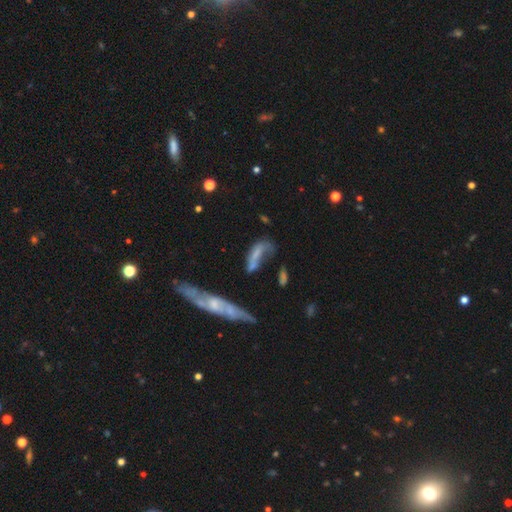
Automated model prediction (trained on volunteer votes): Overall: smooth (47%; featured or disk 40%). Merging: major disturbance (31%; none 30%).